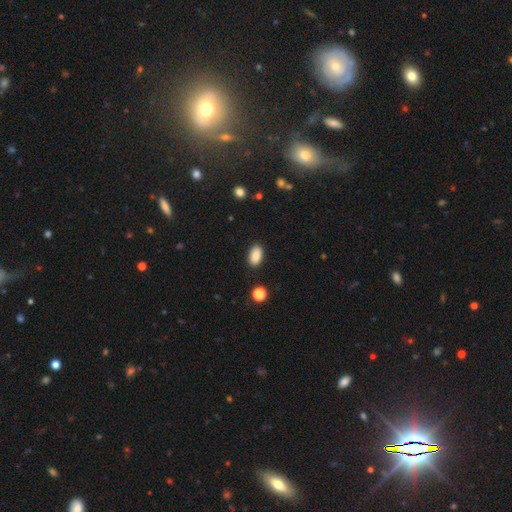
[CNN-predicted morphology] type=smooth (87%); roundness=in between (93%); merging=none (87%).